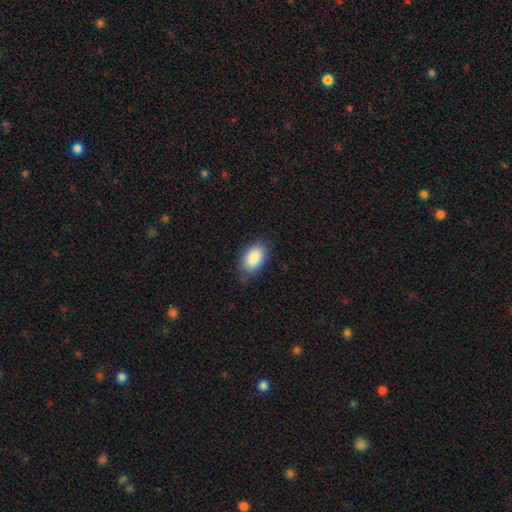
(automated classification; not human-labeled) smooth-or-featured: smooth: 90% | star or artifact: 6% | featured or disk: 4%
  how-rounded: in between: 93% | round: 5% | cigar-shaped: 2%
  merging: none: 81% | minor disturbance: 15% | major disturbance: 3% | merger: 1%